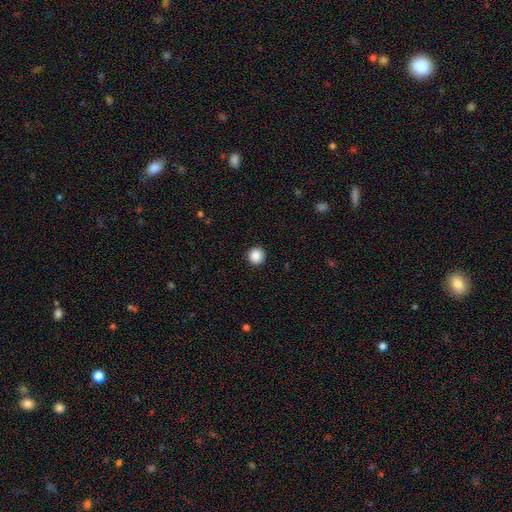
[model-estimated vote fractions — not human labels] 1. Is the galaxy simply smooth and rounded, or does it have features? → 88% smooth, 9% star or artifact, 3% featured or disk.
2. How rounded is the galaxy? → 94% round, 5% in between, 1% cigar-shaped.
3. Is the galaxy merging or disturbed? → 93% none, 5% minor disturbance, 2% major disturbance, 1% merger.